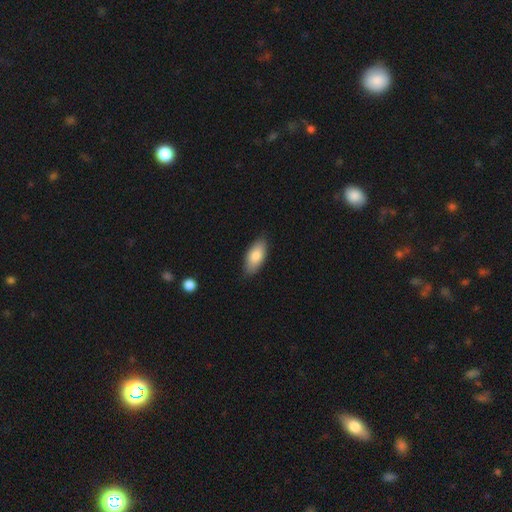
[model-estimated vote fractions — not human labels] A smooth galaxy with no disk features (83%) that is in between round and cigar-shaped (89%). Merging: none (85%).